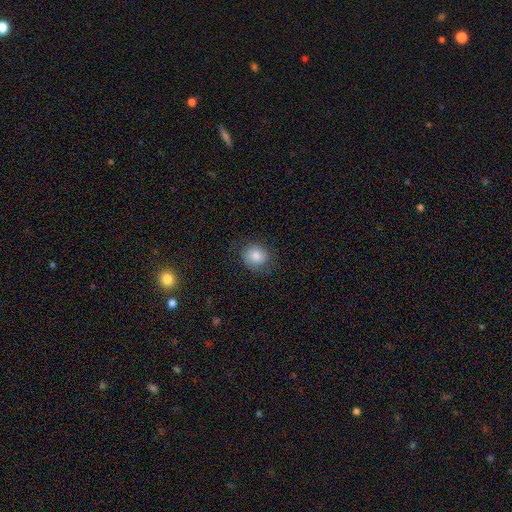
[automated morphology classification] A smooth galaxy with no disk features (82%) that is round (72%).

Vote fractions:
- Smooth or featured? smooth: 82% / star or artifact: 9% / featured or disk: 9%
- How rounded? round: 72% / in between: 27% / cigar-shaped: 1%
- Merging? none: 80% / minor disturbance: 15% / major disturbance: 4% / merger: 1%